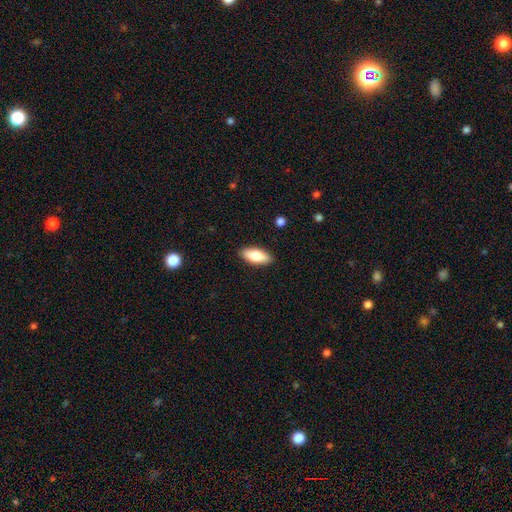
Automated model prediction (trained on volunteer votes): A smooth galaxy with no disk features (79%) that is in between round and cigar-shaped (80%). Merging: none (89%).